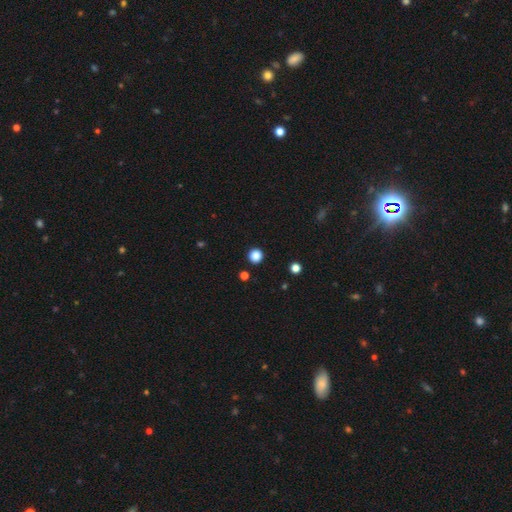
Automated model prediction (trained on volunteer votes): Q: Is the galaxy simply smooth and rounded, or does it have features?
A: smooth — 86%.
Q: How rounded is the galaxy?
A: round — 96%.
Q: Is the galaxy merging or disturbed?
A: none — 92%.